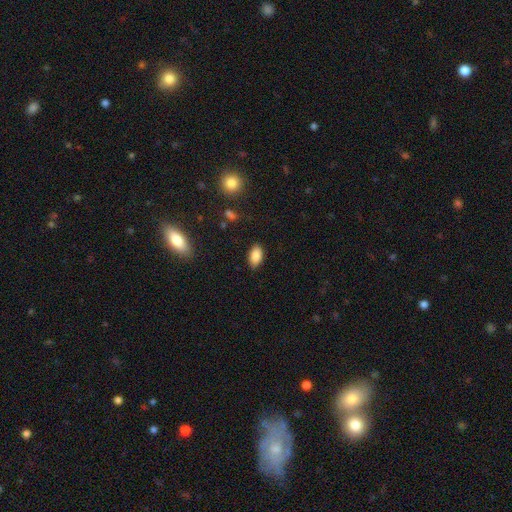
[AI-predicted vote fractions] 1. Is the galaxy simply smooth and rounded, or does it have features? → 86% smooth, 8% star or artifact, 5% featured or disk.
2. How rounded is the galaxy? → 92% in between, 5% round, 3% cigar-shaped.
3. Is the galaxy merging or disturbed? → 84% none, 12% minor disturbance, 3% major disturbance, 1% merger.